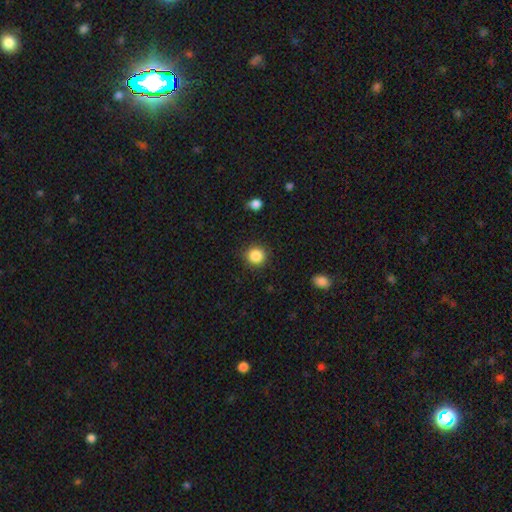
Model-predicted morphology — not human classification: smooth-or-featured: smooth: 86% | star or artifact: 10% | featured or disk: 4%
  how-rounded: round: 92% | in between: 7% | cigar-shaped: 1%
  merging: none: 89% | minor disturbance: 7% | major disturbance: 2% | merger: 1%